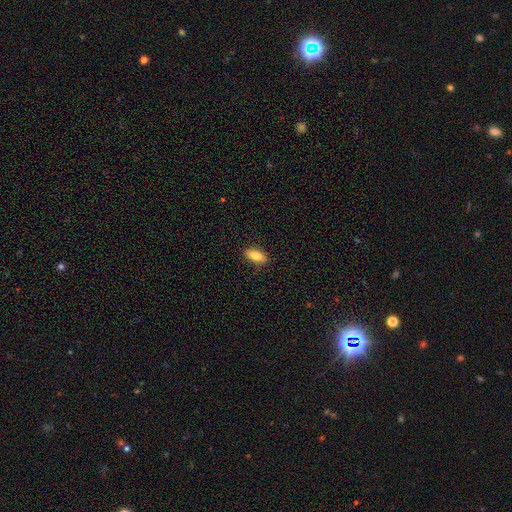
smooth 82%, featured or disk 13%, star or artifact 5%. Down the decision tree: how rounded — in between (84%); merging — none (97%).